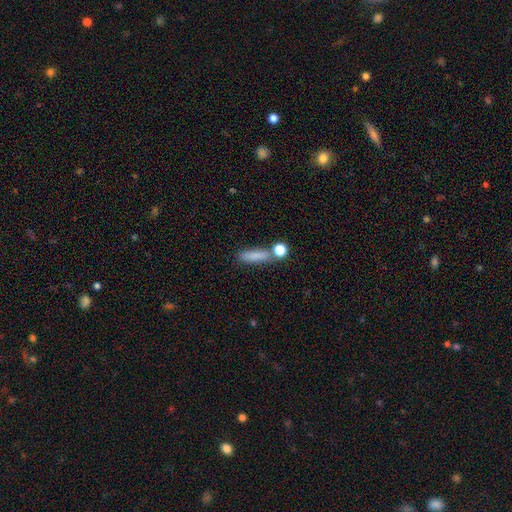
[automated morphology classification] A smooth galaxy with no disk features (81%) that is cigar-shaped (66%).

Vote fractions:
- Smooth or featured? smooth: 81% / featured or disk: 10% / star or artifact: 9%
- How rounded? cigar-shaped: 66% / in between: 27% / round: 8%
- Merging? none: 69% / merger: 14% / minor disturbance: 12% / major disturbance: 5%